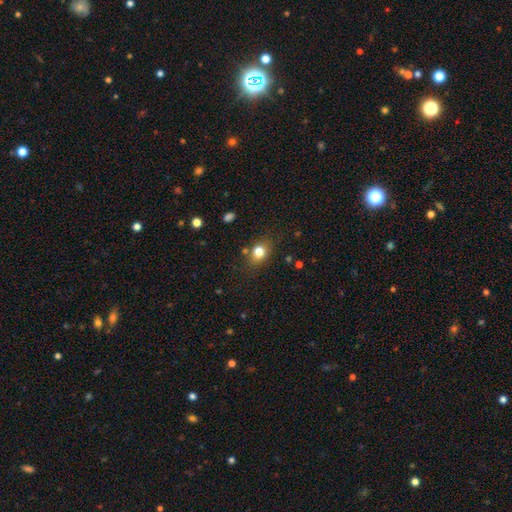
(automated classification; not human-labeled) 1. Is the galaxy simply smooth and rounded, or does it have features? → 78% smooth, 13% star or artifact, 9% featured or disk.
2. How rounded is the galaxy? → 52% round, 46% in between, 2% cigar-shaped.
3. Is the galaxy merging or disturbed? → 79% none, 13% minor disturbance, 4% major disturbance, 4% merger.